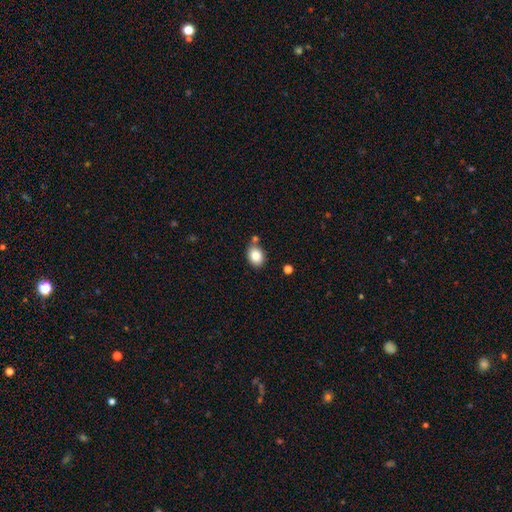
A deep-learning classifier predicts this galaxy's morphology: Smooth or featured: smooth — 85% (star or artifact — 9%)
How rounded: in between — 68% (round — 31%)
Merging: none — 73% (minor disturbance — 14%)